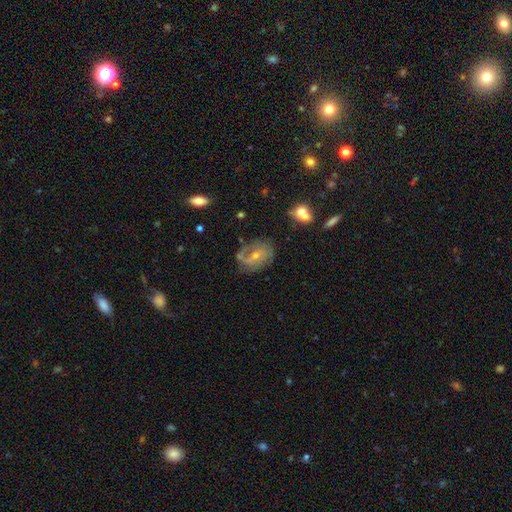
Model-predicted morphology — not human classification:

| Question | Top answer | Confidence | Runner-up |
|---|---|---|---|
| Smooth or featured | featured or disk | 71% | smooth (17%) |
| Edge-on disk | no | 96% | yes (4%) |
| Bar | no | 53% | weak (37%) |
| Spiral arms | yes | 87% | no (13%) |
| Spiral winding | tight | 45% | medium (37%) |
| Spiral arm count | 2 | 42% | can't tell (29%) |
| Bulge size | small | 55% | moderate (41%) |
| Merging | none | 66% | minor disturbance (21%) |